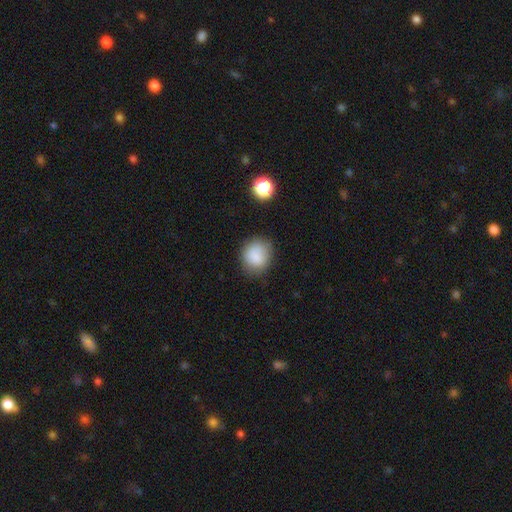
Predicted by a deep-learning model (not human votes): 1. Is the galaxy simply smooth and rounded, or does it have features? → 85% smooth, 9% star or artifact, 6% featured or disk.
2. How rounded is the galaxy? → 72% round, 28% in between, 1% cigar-shaped.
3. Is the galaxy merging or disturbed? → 75% none, 18% minor disturbance, 5% major disturbance, 2% merger.